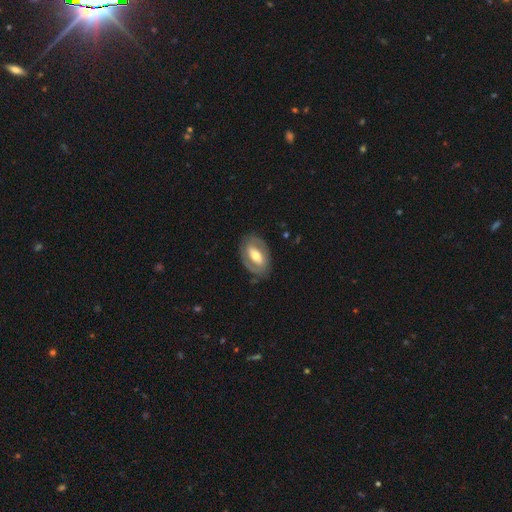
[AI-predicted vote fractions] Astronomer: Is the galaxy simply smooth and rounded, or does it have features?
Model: featured or disk — 66%.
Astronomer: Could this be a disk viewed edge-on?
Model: no — 93%.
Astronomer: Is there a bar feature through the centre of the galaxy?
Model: strong — 42% (runner-up: weak, 33%).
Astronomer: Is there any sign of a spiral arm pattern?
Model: yes — 56% (runner-up: no, 44%).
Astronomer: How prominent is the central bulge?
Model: moderate — 67%.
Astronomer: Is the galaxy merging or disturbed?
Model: none — 80%.